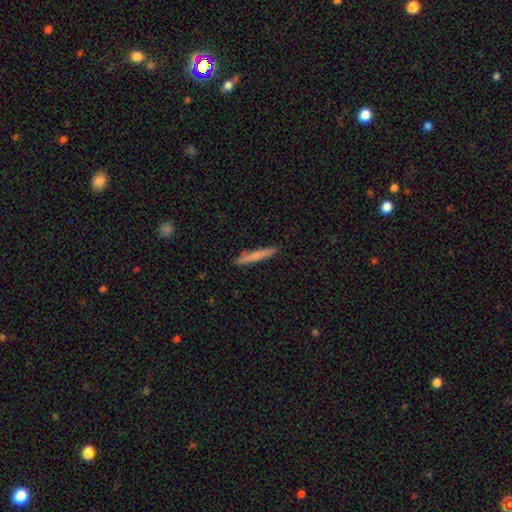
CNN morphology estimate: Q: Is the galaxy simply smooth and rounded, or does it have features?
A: smooth — 75%.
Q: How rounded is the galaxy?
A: cigar-shaped — 96%.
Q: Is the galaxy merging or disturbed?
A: none — 91%.